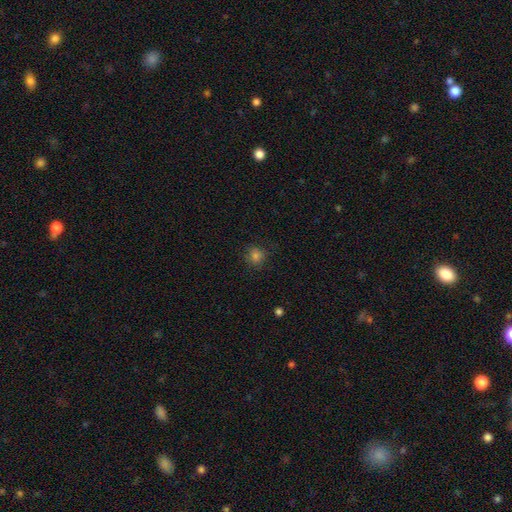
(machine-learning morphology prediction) Smooth or featured? Predicted: smooth (p=0.81). How rounded? Predicted: round (p=0.90). Merging? Predicted: none (p=0.85).